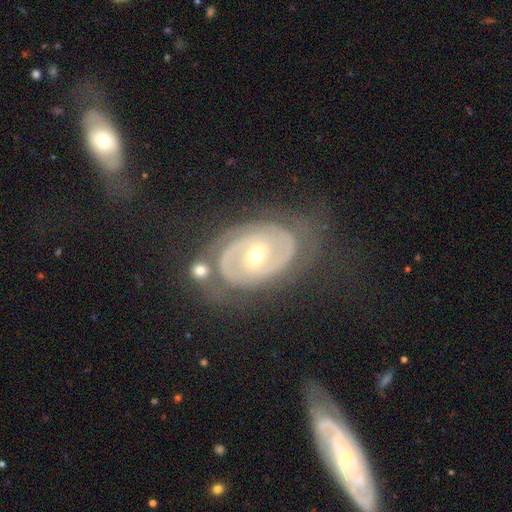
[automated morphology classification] Smooth or featured? Predicted: featured or disk (p=0.87). Edge-on disk? Predicted: no (p=0.96). Bar? Predicted: no (p=0.48). Spiral arms? Predicted: yes (p=0.92). Spiral winding? Predicted: tight (p=0.67). Spiral arm count? Predicted: 2 (p=0.78). Bulge size? Predicted: moderate (p=0.54). Merging? Predicted: none (p=0.68).